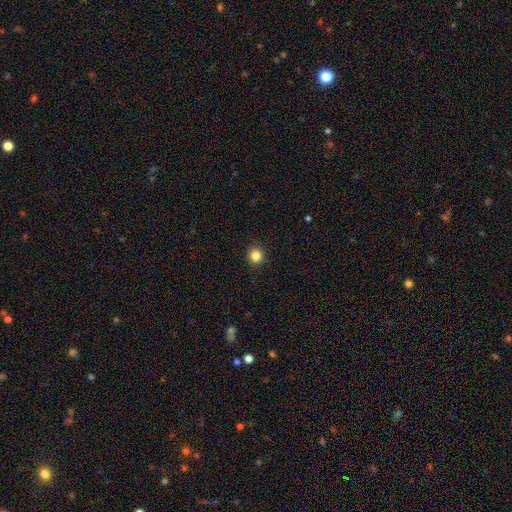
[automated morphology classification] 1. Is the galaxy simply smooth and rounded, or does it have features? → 85% smooth, 11% star or artifact, 4% featured or disk.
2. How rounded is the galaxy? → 93% round, 6% in between, 1% cigar-shaped.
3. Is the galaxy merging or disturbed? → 92% none, 5% minor disturbance, 2% major disturbance, 1% merger.